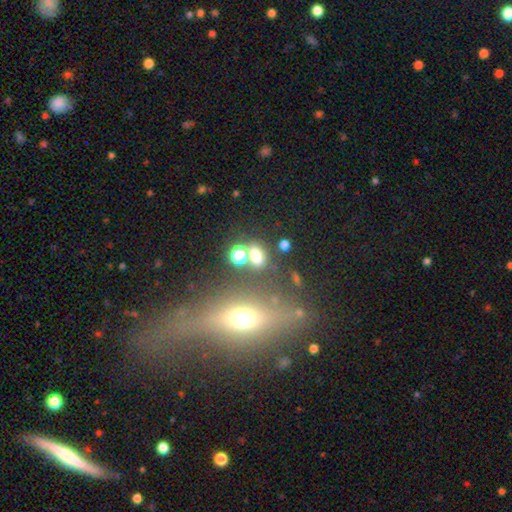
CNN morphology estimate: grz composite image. It shows a smooth galaxy with no disk features (64%) that is in between round and cigar-shaped (66%). Merging: none (60%).